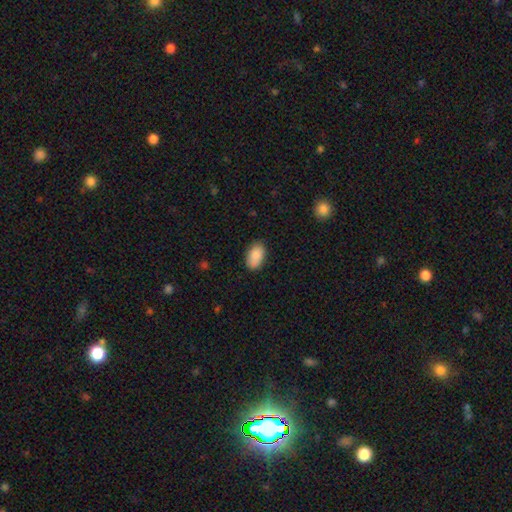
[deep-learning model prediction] Smooth or featured? smooth (88%)
How rounded? in between (93%)
Merging? none (81%)